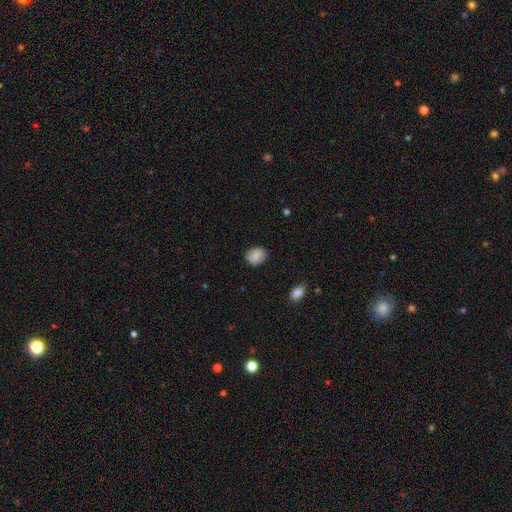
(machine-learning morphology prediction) Overall: smooth (84%). How rounded: round (55%; in between 44%). Merging: none (85%).